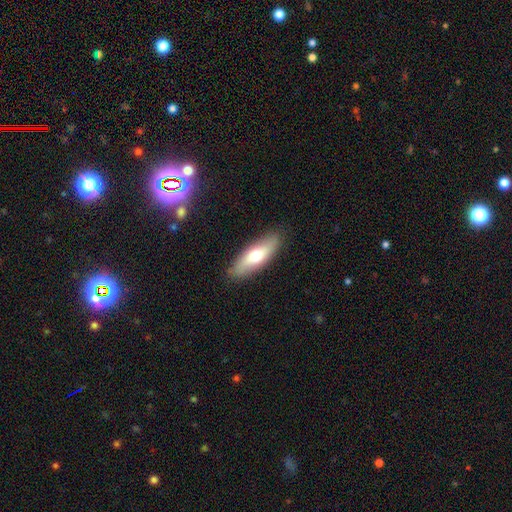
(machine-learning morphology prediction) smooth-or-featured: smooth: 65% | featured or disk: 29% | star or artifact: 6%
  how-rounded: in between: 57% | cigar-shaped: 40% | round: 2%
  merging: none: 86% | minor disturbance: 11% | major disturbance: 2% | merger: 1%